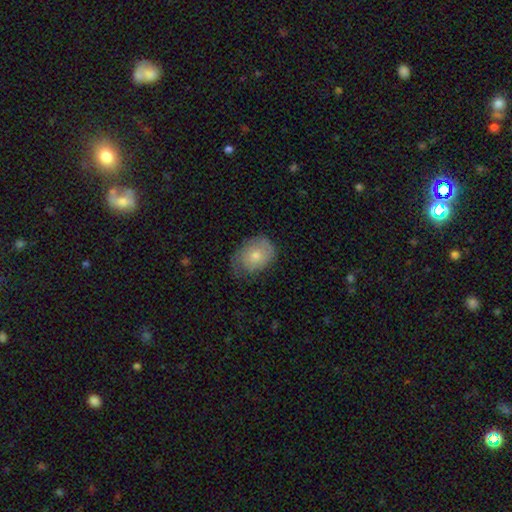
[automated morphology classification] A smooth galaxy with no disk features (60%) that is in between round and cigar-shaped (67%). Merging: none (58%).